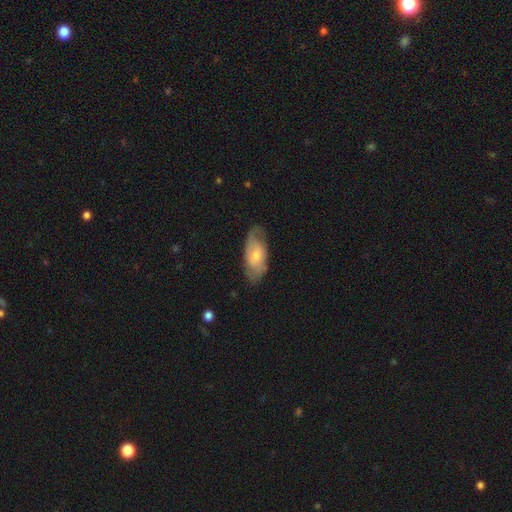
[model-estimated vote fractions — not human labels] Morphology: type=featured or disk (50%); edge-on=no (89%); merging=none (69%).